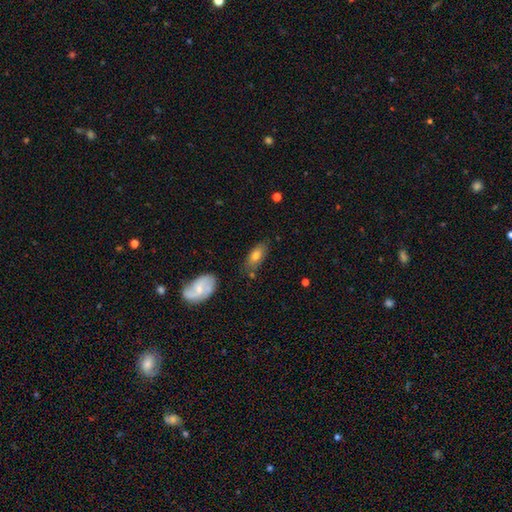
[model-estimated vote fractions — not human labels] Smooth or featured: smooth — 72% (featured or disk — 21%)
How rounded: in between — 84% (cigar-shaped — 12%)
Merging: none — 73% (minor disturbance — 18%)